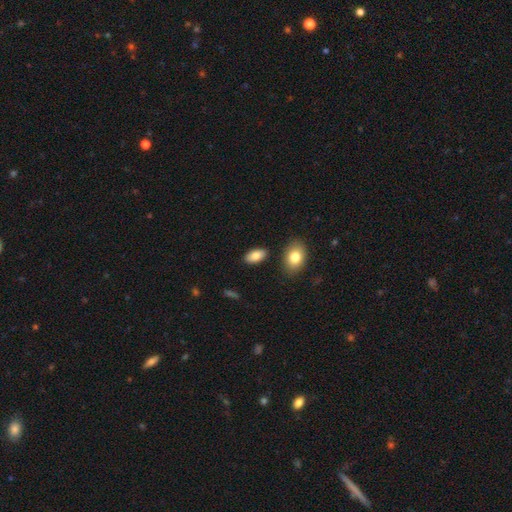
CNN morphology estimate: Smooth or featured? smooth (84%)
How rounded? in between (94%)
Merging? none (86%)